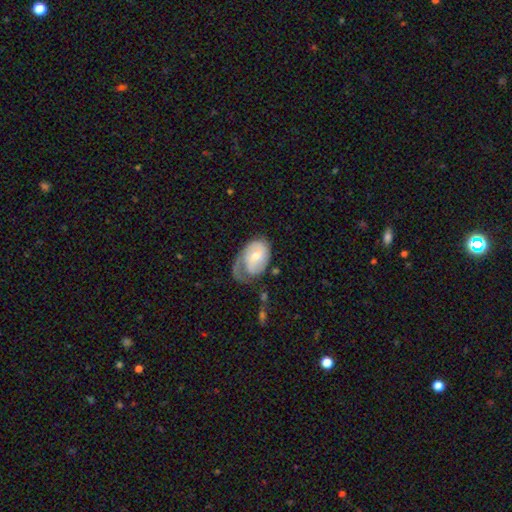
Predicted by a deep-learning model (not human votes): Overall: featured or disk (60%; smooth 35%). Edge-on disk: no (96%). Bar: no (53%; weak 38%). Spiral arms: yes (79%). Bulge size: moderate (49%; small 45%). Merging: major disturbance (41%; none 28%).